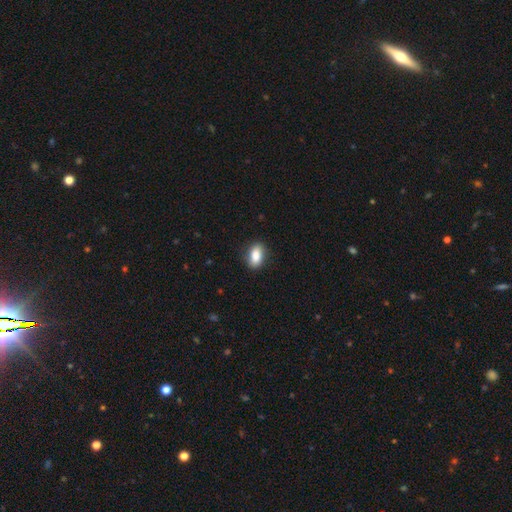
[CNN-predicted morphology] smooth_or_featured: smooth (p=0.86) [alt: star or artifact p=0.07]
how_rounded: in between (p=0.88) [alt: round p=0.08]
merging: none (p=0.86) [alt: minor disturbance p=0.11]